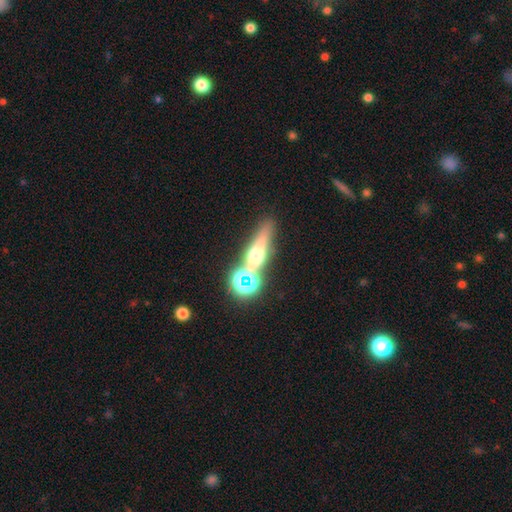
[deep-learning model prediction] Smooth or featured? Predicted: featured or disk (p=0.46). Merging? Predicted: none (p=0.70).